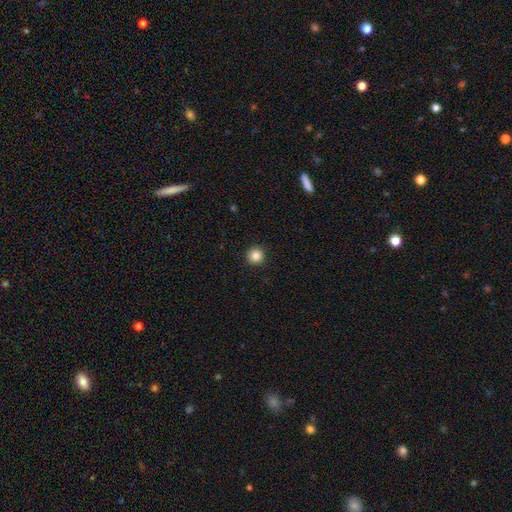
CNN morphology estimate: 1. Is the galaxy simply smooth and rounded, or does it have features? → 85% smooth, 11% star or artifact, 4% featured or disk.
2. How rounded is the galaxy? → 95% round, 4% in between, 1% cigar-shaped.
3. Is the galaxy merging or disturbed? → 93% none, 5% minor disturbance, 2% major disturbance, 1% merger.